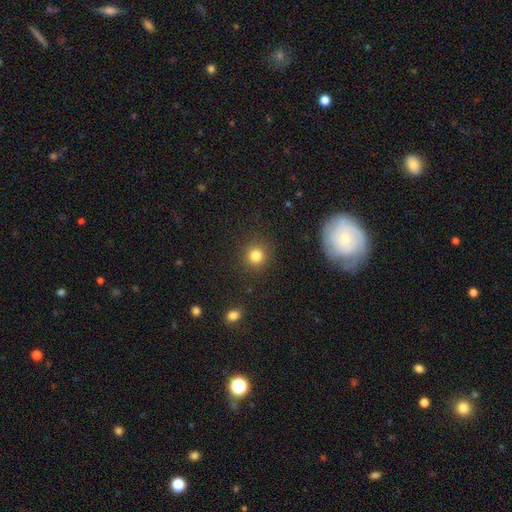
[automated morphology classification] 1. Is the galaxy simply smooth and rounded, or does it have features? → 83% smooth, 12% star or artifact, 5% featured or disk.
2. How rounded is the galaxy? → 92% round, 7% in between, 1% cigar-shaped.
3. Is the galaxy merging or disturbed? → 89% none, 6% minor disturbance, 3% major disturbance, 2% merger.